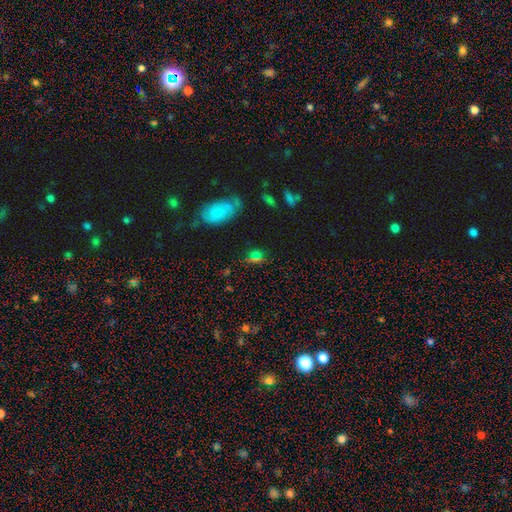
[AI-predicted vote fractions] Smooth or featured?
  - smooth: 49% *
  - star or artifact: 38%
  - featured or disk: 13%
Merging?
  - none: 66% *
  - minor disturbance: 15%
  - merger: 11%
  - major disturbance: 8%